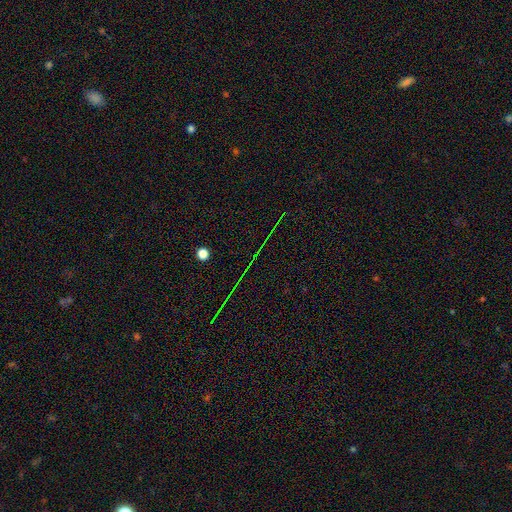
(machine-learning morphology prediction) This appears to be a star or artifact, not a galaxy (77%).